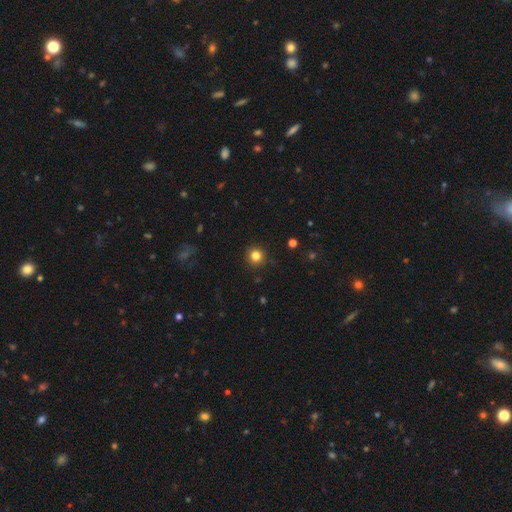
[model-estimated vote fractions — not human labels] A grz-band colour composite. It shows a smooth galaxy with no disk features (82%) that is round (95%). Merging: none (92%).